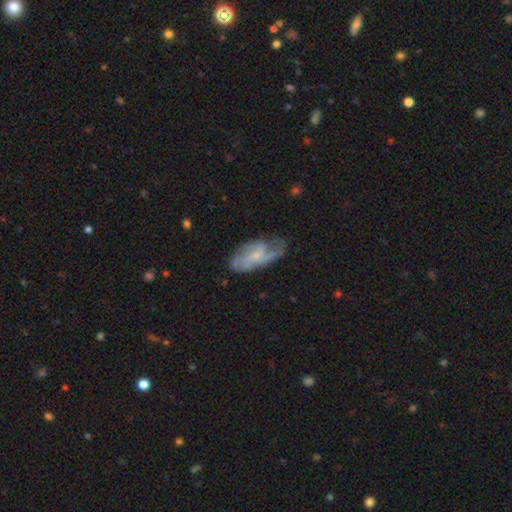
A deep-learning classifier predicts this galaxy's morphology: Q: Smooth or featured?
A: featured or disk (69%); runner-up: smooth (24%)
Q: Edge-on disk?
A: no (94%); runner-up: yes (6%)
Q: Bar?
A: no (54%); runner-up: weak (38%)
Q: Spiral arms?
A: yes (89%); runner-up: no (11%)
Q: Spiral winding?
A: medium (46%); runner-up: loose (27%)
Q: Spiral arm count?
A: 2 (38%); runner-up: can't tell (28%)
Q: Bulge size?
A: small (65%); runner-up: moderate (19%)
Q: Merging?
A: none (61%); runner-up: minor disturbance (25%)